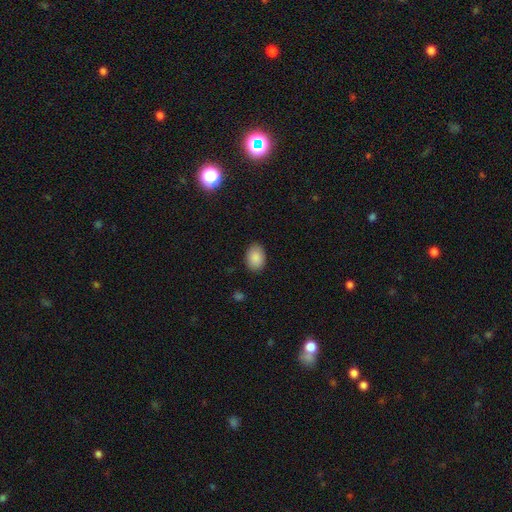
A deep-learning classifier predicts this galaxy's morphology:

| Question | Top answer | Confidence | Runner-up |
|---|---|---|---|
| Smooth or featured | smooth | 89% | star or artifact (8%) |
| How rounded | in between | 82% | round (17%) |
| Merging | none | 86% | minor disturbance (10%) |